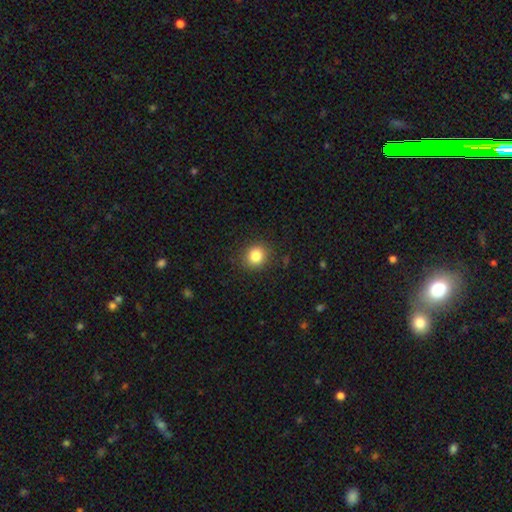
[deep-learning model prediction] Smooth or featured?
  - smooth: 84% *
  - star or artifact: 11%
  - featured or disk: 6%
How rounded?
  - round: 84% *
  - in between: 15%
  - cigar-shaped: 1%
Merging?
  - none: 89% *
  - minor disturbance: 8%
  - major disturbance: 2%
  - merger: 1%